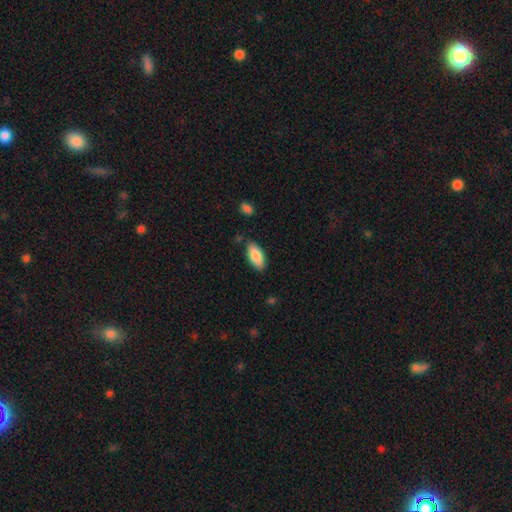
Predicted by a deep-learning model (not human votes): Smooth or featured?
  - smooth: 87% *
  - featured or disk: 8%
  - star or artifact: 6%
How rounded?
  - in between: 90% *
  - cigar-shaped: 8%
  - round: 2%
Merging?
  - none: 82% *
  - minor disturbance: 13%
  - major disturbance: 3%
  - merger: 2%